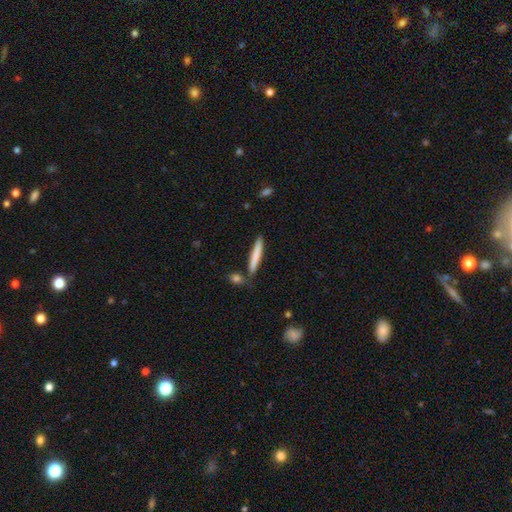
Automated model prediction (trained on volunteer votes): Morphology: type=smooth (74%); roundness=cigar-shaped (94%); merging=none (82%).